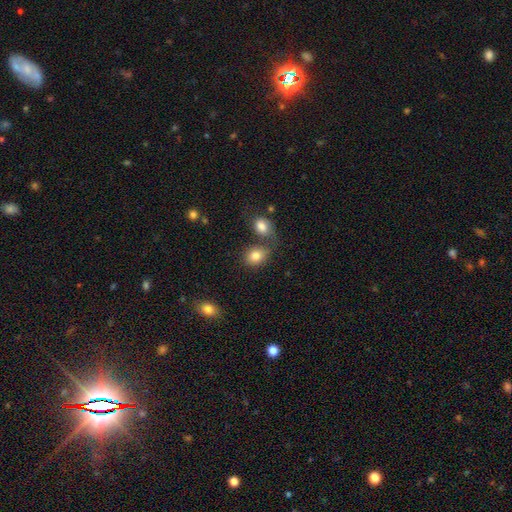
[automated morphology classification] Smooth or featured? smooth (82%)
How rounded? in between (53%)
Merging? none (53%)